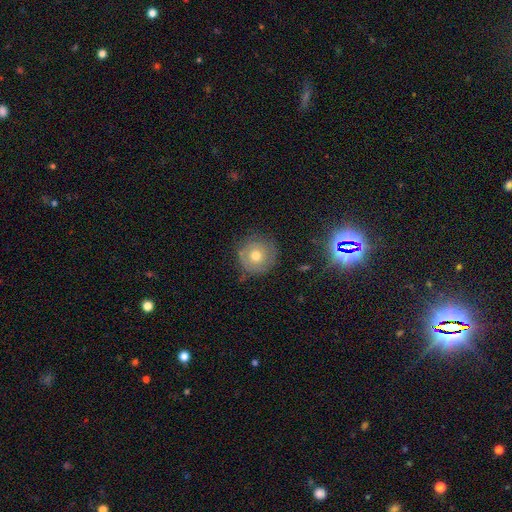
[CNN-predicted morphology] This appears to be a smooth galaxy with no disk features (60%) that is round (94%). Merging: none (78%).